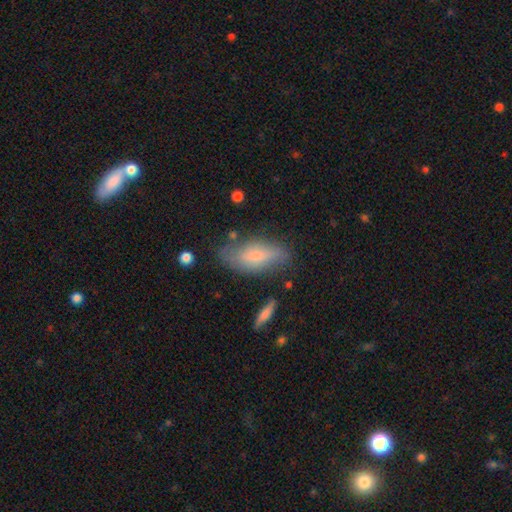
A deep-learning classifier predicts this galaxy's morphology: This appears to be a smooth galaxy with no disk features (66%) that is in between round and cigar-shaped (79%). Merging: none (64%).